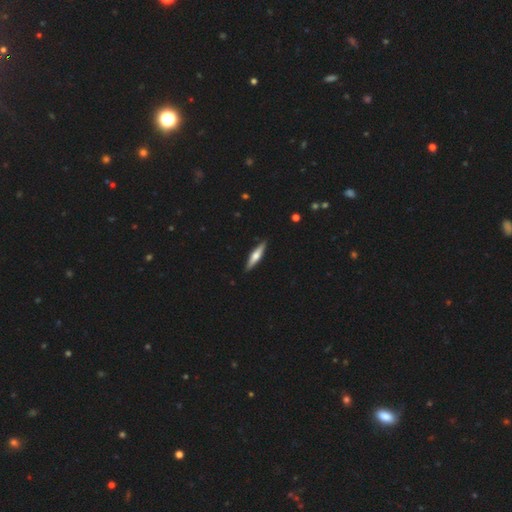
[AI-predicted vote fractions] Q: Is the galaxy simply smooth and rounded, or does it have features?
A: featured or disk — 54%.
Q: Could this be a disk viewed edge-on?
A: yes — 95%.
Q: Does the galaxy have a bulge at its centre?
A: rounded — 87%.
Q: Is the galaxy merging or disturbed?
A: none — 90%.